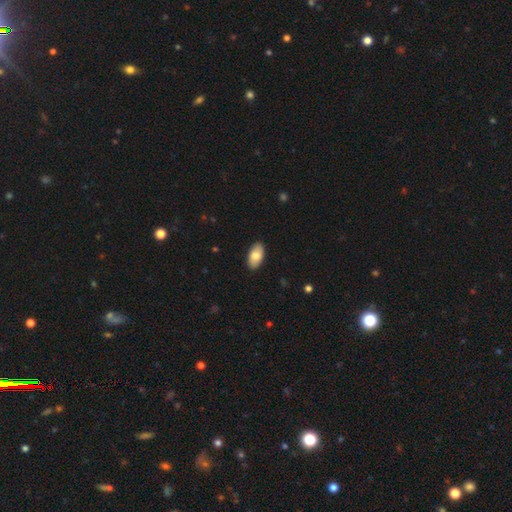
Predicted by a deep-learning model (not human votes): Morphology: type=smooth (81%); roundness=in between (95%); merging=none (89%).